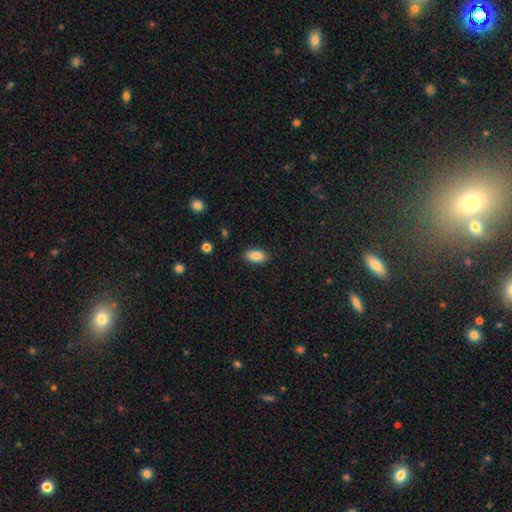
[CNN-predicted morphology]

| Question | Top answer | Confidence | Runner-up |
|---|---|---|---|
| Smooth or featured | smooth | 86% | star or artifact (7%) |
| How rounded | in between | 92% | cigar-shaped (5%) |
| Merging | none | 89% | minor disturbance (8%) |